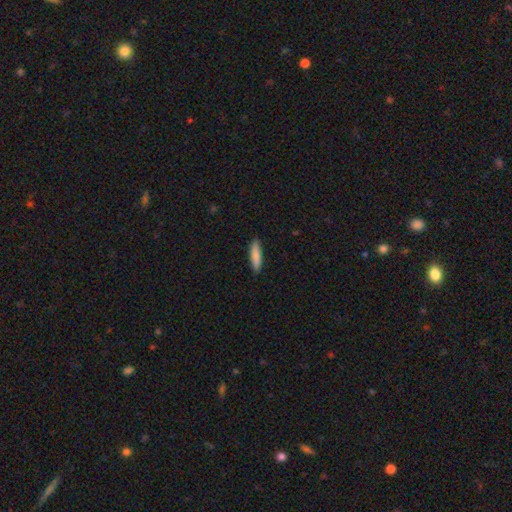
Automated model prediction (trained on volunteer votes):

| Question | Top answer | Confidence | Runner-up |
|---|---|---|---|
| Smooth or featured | smooth | 85% | featured or disk (10%) |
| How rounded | cigar-shaped | 73% | in between (26%) |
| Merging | none | 89% | minor disturbance (9%) |